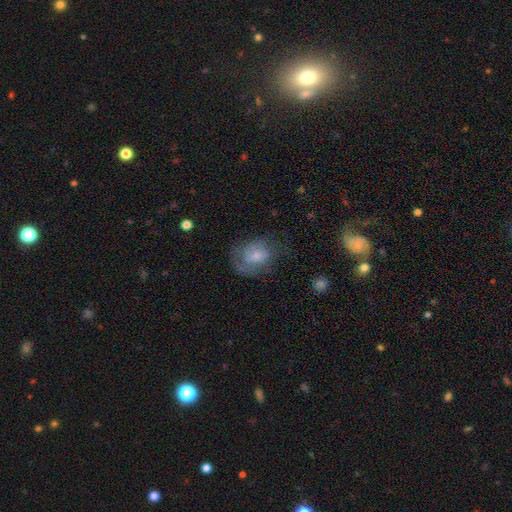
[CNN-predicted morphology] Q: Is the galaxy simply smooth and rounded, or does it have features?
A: featured or disk — 48%.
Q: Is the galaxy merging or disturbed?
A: none — 47%.